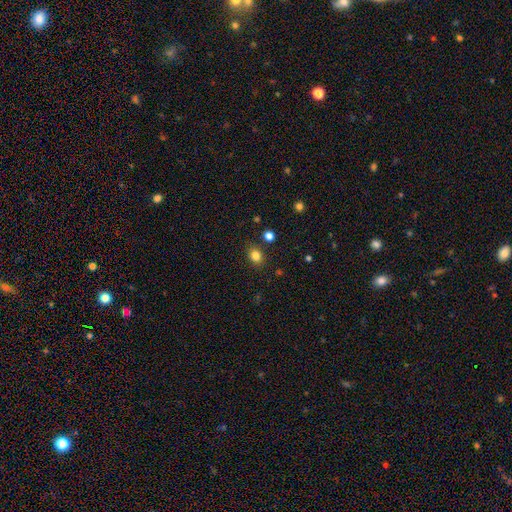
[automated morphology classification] smooth 82%, star or artifact 13%, featured or disk 5%. Down the decision tree: how rounded — round (59%); merging — none (85%).